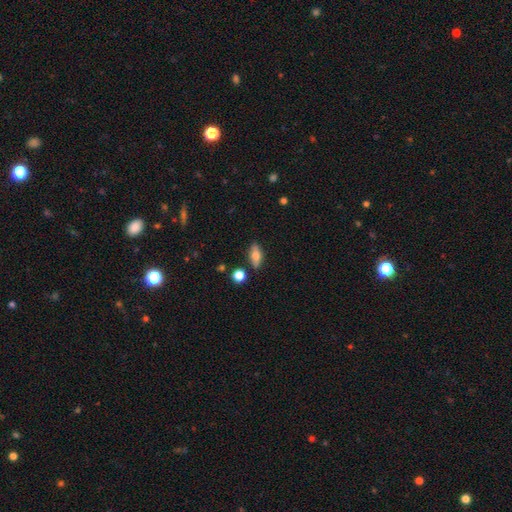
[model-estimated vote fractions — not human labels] Smooth or featured? smooth (66%)
How rounded? in between (72%)
Merging? none (83%)